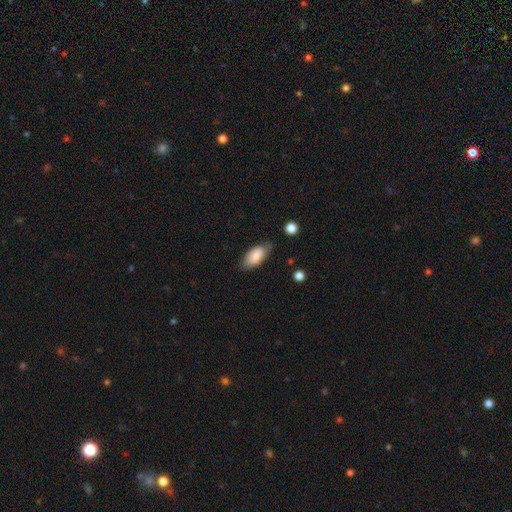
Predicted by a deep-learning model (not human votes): A smooth galaxy with no disk features (83%) that is in between round and cigar-shaped (90%). Merging: none (68%).